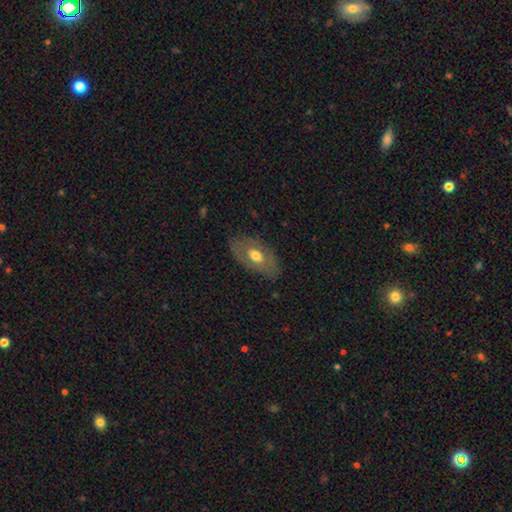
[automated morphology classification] Smooth or featured? Predicted: smooth (p=0.50). Merging? Predicted: none (p=0.77).